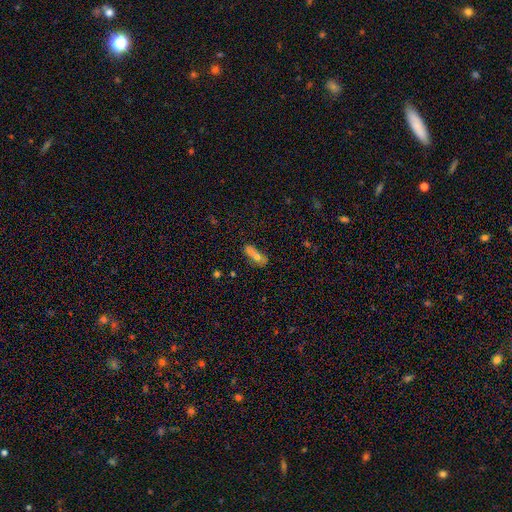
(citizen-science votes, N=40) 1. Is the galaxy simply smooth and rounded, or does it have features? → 65% smooth, 22% featured or disk, 12% star or artifact.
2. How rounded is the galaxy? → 65% in between, 35% cigar-shaped, 0% round.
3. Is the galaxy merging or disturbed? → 40% none, 26% major disturbance, 17% minor disturbance, 17% merger.